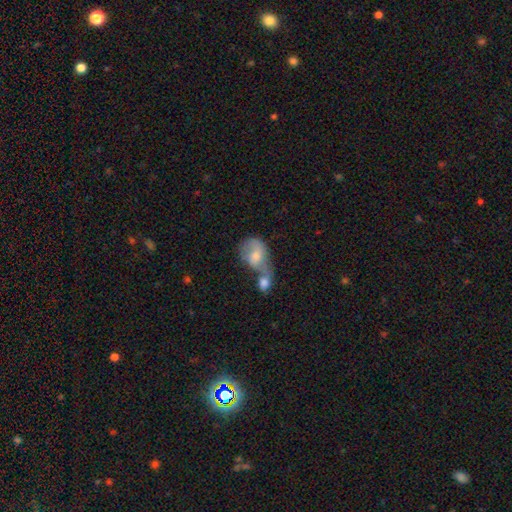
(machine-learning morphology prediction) This is possibly a smooth galaxy (59%). How rounded: likely in between (73%). Merging: likely merger (69%).